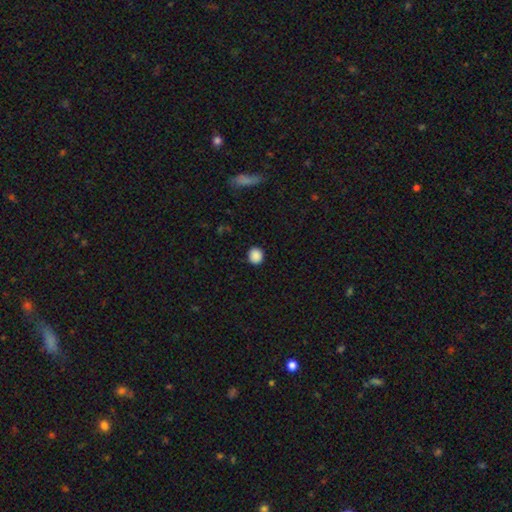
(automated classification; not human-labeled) A smooth galaxy with no disk features (88%) that is round (84%).

Vote fractions:
- Smooth or featured? smooth: 88% / star or artifact: 9% / featured or disk: 3%
- How rounded? round: 84% / in between: 15% / cigar-shaped: 1%
- Merging? none: 90% / minor disturbance: 7% / major disturbance: 2% / merger: 1%